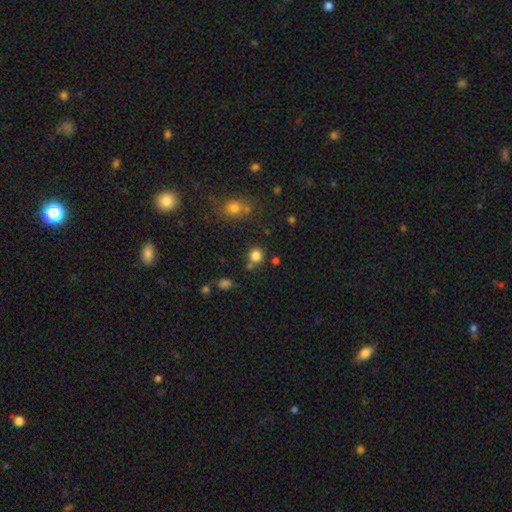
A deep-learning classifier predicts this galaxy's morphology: Smooth or featured? Predicted: smooth (p=0.81). How rounded? Predicted: round (p=0.89). Merging? Predicted: none (p=0.73).